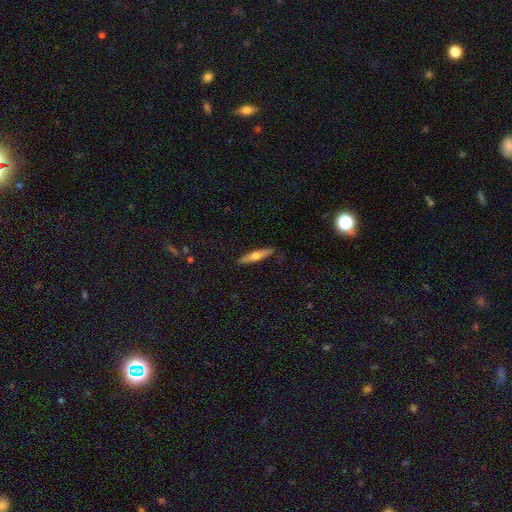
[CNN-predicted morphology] A smooth galaxy with no disk features (48%). Merging: none (88%).